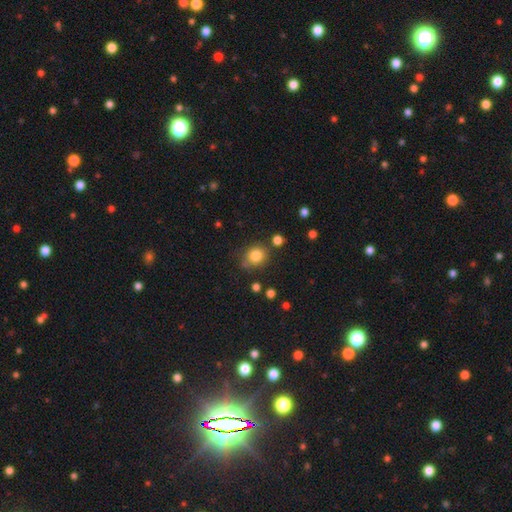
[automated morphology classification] A smooth galaxy with no disk features (82%) that is round (79%). Merging: none (75%).